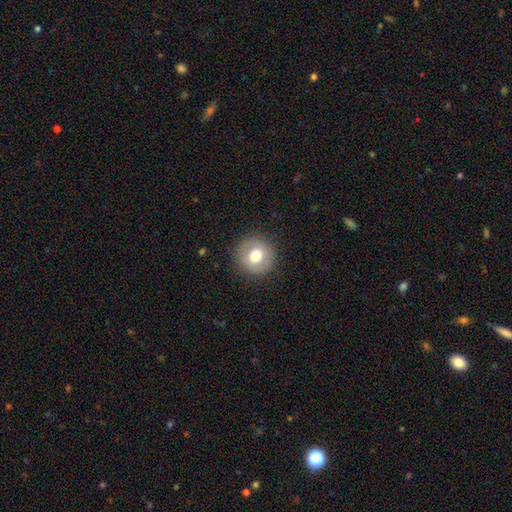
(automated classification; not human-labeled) smooth 70%, featured or disk 22%, star or artifact 9%. Down the decision tree: how rounded — round (94%); merging — none (89%).